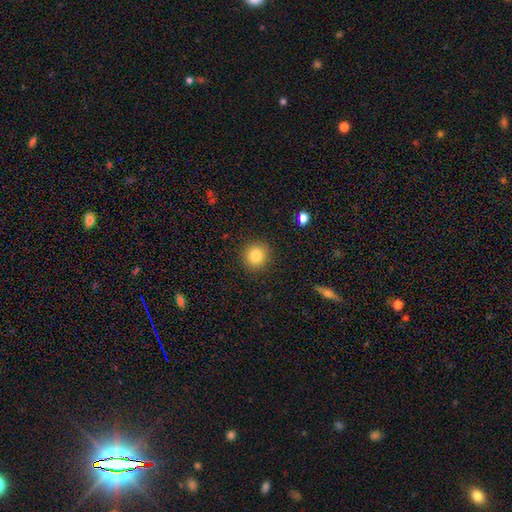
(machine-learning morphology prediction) Q: Smooth or featured?
A: smooth (83%); runner-up: star or artifact (10%)
Q: How rounded?
A: round (91%); runner-up: in between (8%)
Q: Merging?
A: none (91%); runner-up: minor disturbance (6%)